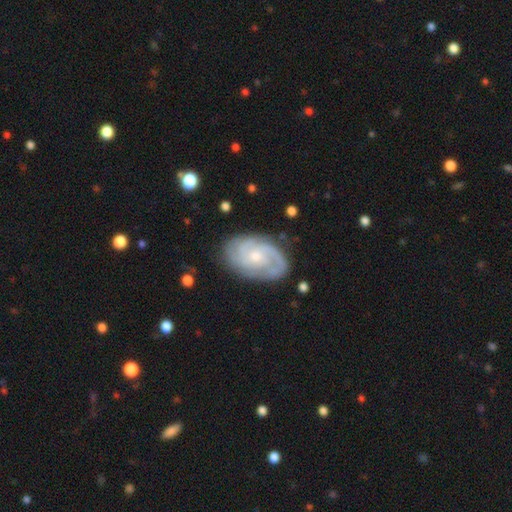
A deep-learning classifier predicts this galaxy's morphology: featured or disk 84%, smooth 11%, star or artifact 5%. Down the decision tree: edge-on disk — no (97%); bar — no (68%); spiral arms — yes (96%); spiral arm count — 2 (33%); spiral winding — tight (57%); bulge size — small (56%); merging — none (79%).